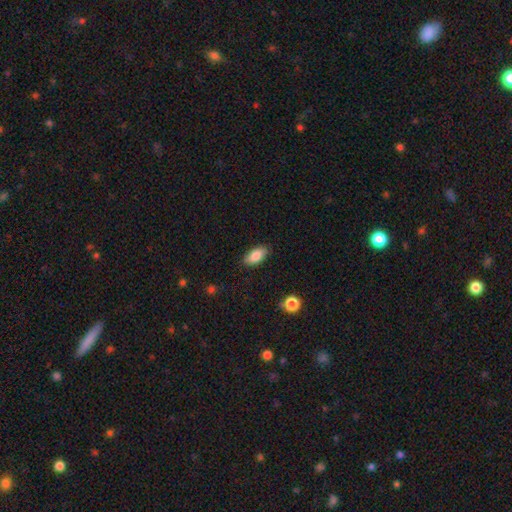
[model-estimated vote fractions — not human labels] Smooth or featured?
  - smooth: 85% *
  - featured or disk: 7%
  - star or artifact: 7%
How rounded?
  - in between: 91% *
  - cigar-shaped: 5%
  - round: 3%
Merging?
  - none: 85% *
  - minor disturbance: 11%
  - major disturbance: 2%
  - merger: 1%